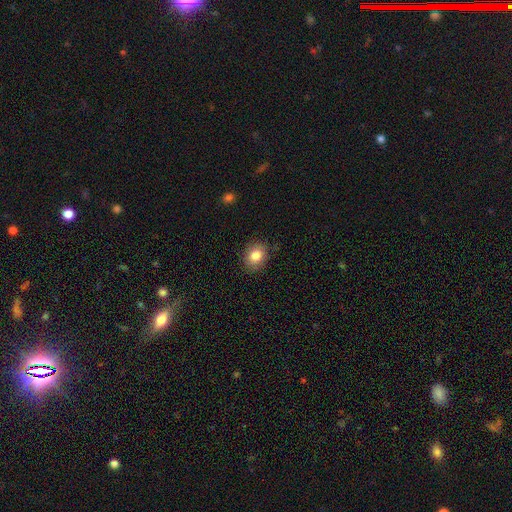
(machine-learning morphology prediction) Overall: smooth (84%). How rounded: round (52%; in between 47%). Merging: none (86%).